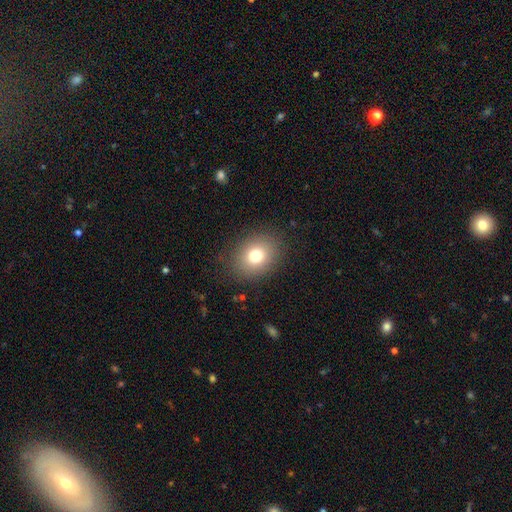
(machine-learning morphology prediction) A smooth galaxy with no disk features (77%) that is round (50%, tied with in between).

Vote fractions:
- Smooth or featured? smooth: 77% / star or artifact: 12% / featured or disk: 11%
- How rounded? round: 50% (tied) / in between: 50% (tied) / cigar-shaped: 1%
- Merging? none: 86% / minor disturbance: 9% / major disturbance: 4% / merger: 1%